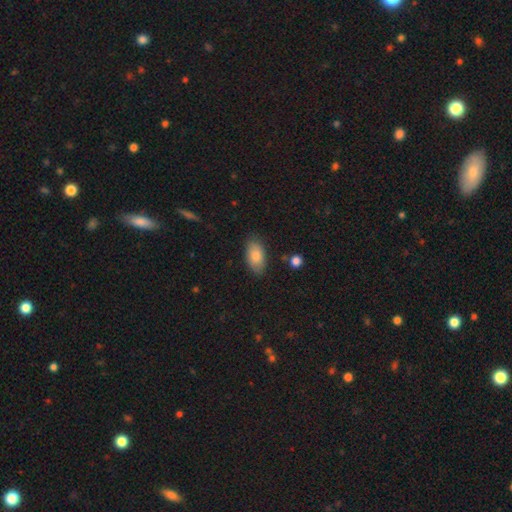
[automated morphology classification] Smooth or featured? Predicted: smooth (p=0.82). How rounded? Predicted: in between (p=0.93). Merging? Predicted: none (p=0.81).